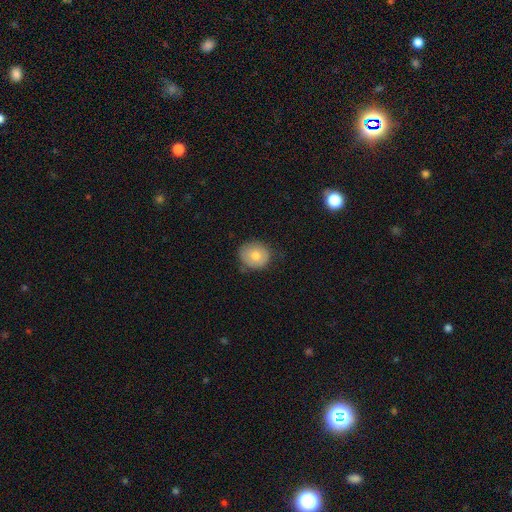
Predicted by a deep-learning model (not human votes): Smooth or featured? smooth (70%)
How rounded? round (81%)
Merging? none (75%)